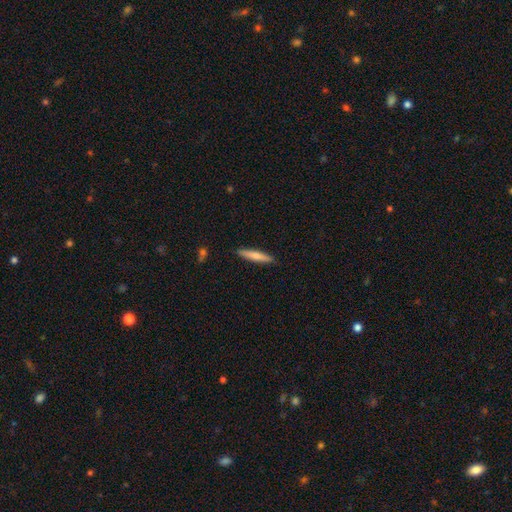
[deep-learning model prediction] Smooth or featured? smooth (67%)
How rounded? cigar-shaped (90%)
Merging? none (90%)